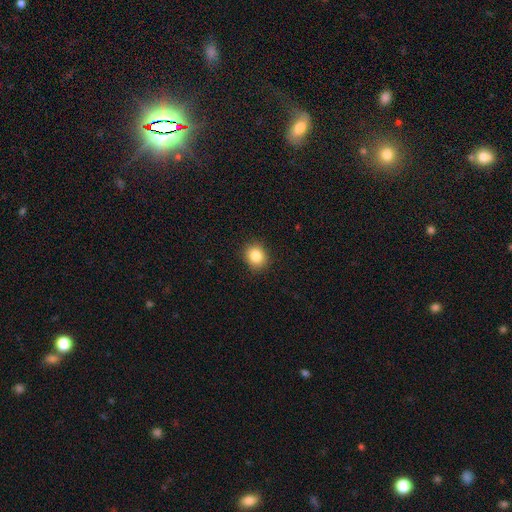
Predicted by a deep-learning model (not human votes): Smooth or featured?
  - smooth: 85% *
  - star or artifact: 10%
  - featured or disk: 5%
How rounded?
  - round: 73% *
  - in between: 26%
  - cigar-shaped: 1%
Merging?
  - none: 89% *
  - minor disturbance: 8%
  - major disturbance: 2%
  - merger: 1%